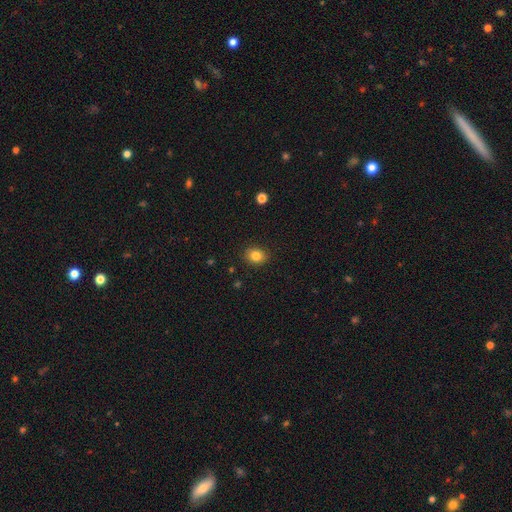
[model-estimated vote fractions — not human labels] Smooth or featured? Predicted: smooth (p=0.83). How rounded? Predicted: round (p=0.51). Merging? Predicted: none (p=0.89).